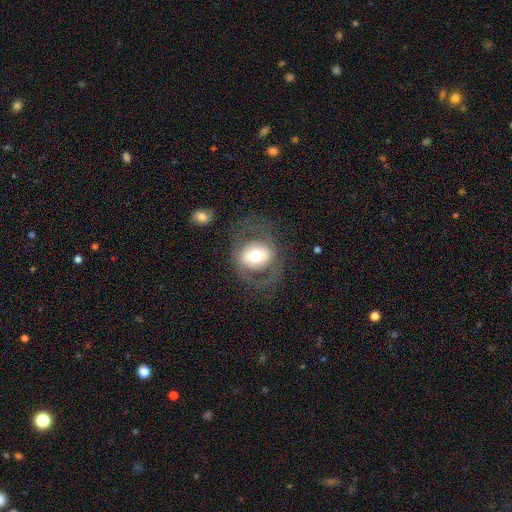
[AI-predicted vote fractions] Smooth or featured? featured or disk (49%)
Merging? none (71%)